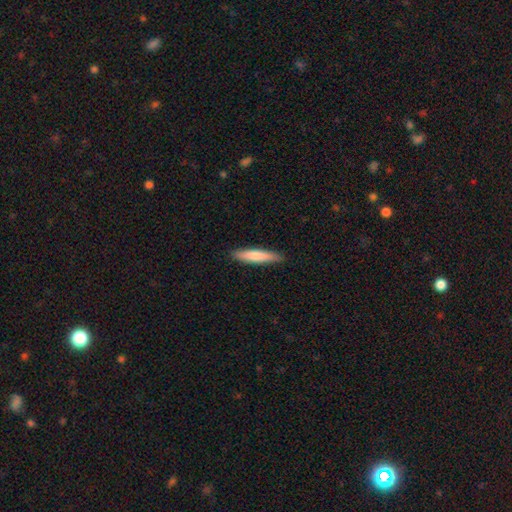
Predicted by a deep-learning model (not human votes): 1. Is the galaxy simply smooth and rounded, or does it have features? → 77% smooth, 18% featured or disk, 5% star or artifact.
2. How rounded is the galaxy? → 87% cigar-shaped, 12% in between, 1% round.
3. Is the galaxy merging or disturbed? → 89% none, 8% minor disturbance, 2% major disturbance, 1% merger.